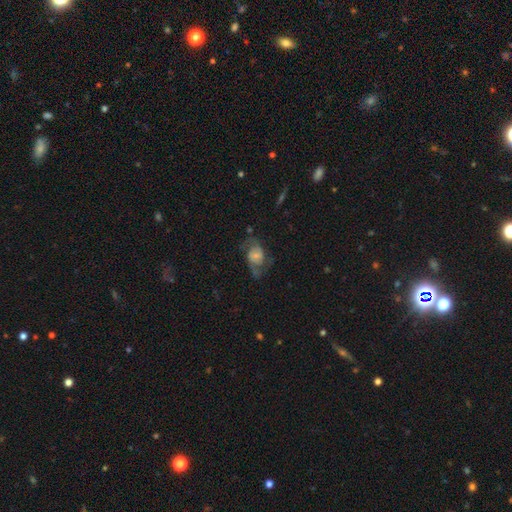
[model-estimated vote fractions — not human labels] The model was most divided on "bulge size": small: 50%, moderate: 27%, none: 12%, large: 8%, dominant: 3%. More confident: edge-on disk — no (96%); spiral arms — yes (82%); smooth or featured — featured or disk (60%); bar — no (57%); merging — none (51%).